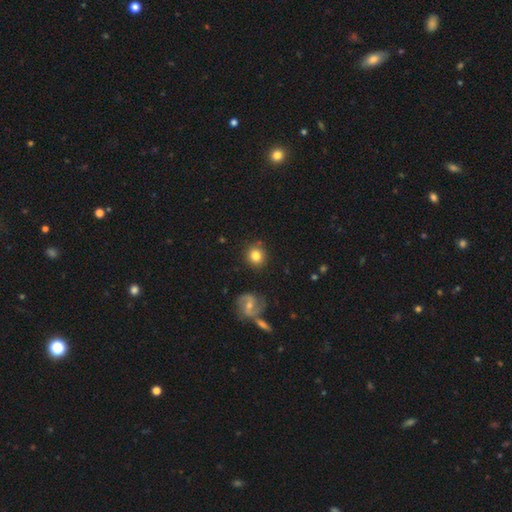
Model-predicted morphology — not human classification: type=smooth (79%); roundness=round (90%); merging=none (84%).